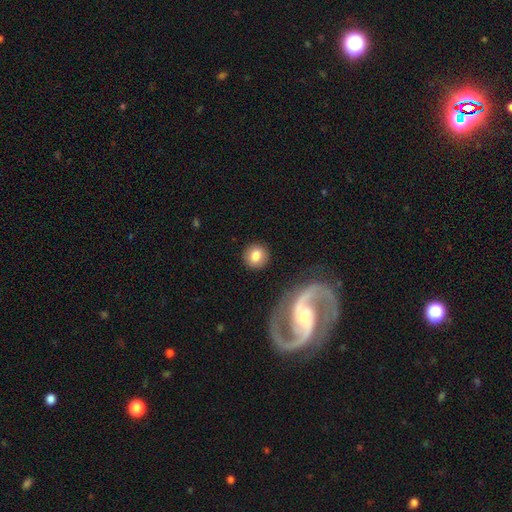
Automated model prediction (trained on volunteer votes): Overall: smooth (79%). How rounded: round (90%). Merging: none (87%).